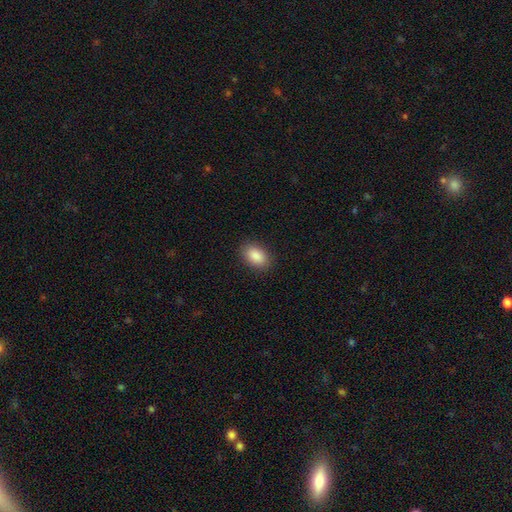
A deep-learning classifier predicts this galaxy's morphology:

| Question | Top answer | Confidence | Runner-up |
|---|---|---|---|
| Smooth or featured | smooth | 88% | star or artifact (7%) |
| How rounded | in between | 89% | round (9%) |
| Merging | none | 89% | minor disturbance (8%) |